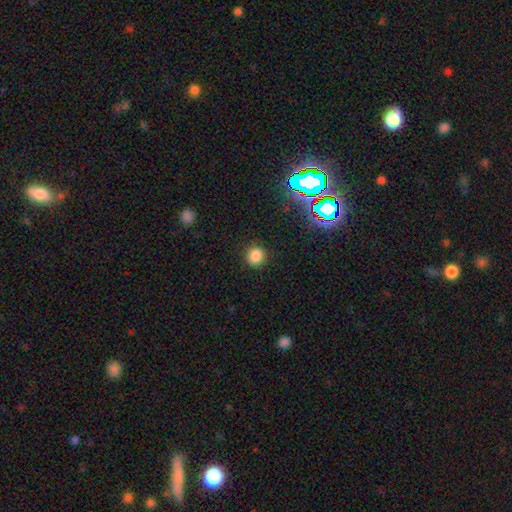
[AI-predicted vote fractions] Q: Smooth or featured?
A: smooth (83%); runner-up: star or artifact (13%)
Q: How rounded?
A: round (88%); runner-up: in between (11%)
Q: Merging?
A: none (90%); runner-up: minor disturbance (6%)